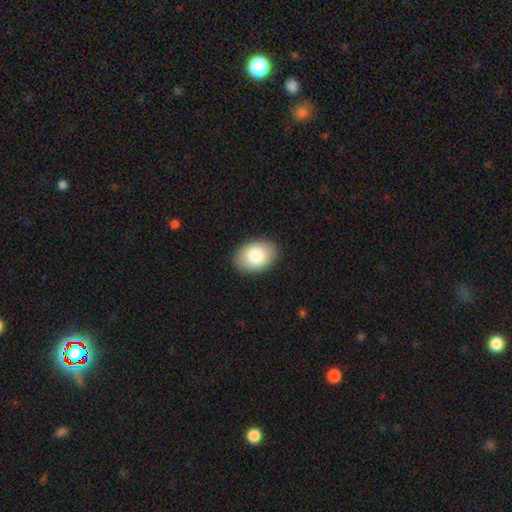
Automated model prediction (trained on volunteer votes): Overall: smooth (84%). How rounded: in between (83%). Merging: none (89%).